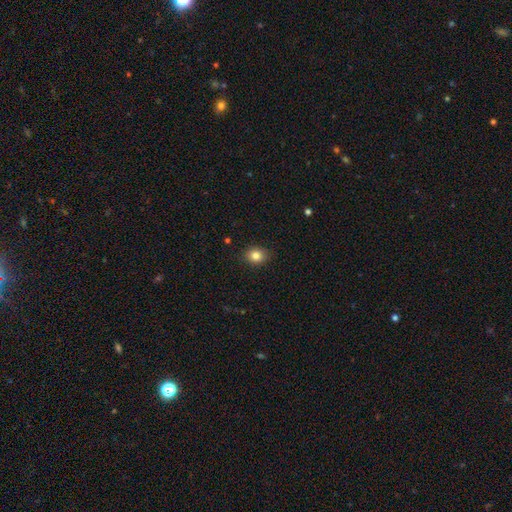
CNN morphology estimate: This is clearly a smooth galaxy (83%). How rounded: possibly round (52%). Merging: clearly none (87%).